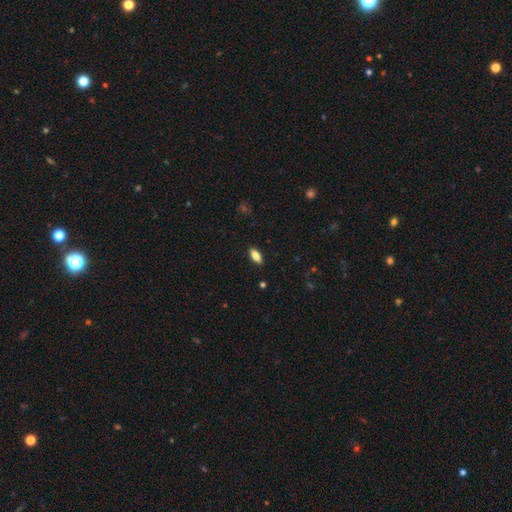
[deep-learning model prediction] Smooth or featured: smooth — 75% (featured or disk — 17%)
How rounded: in between — 78% (cigar-shaped — 20%)
Merging: none — 88% (minor disturbance — 9%)